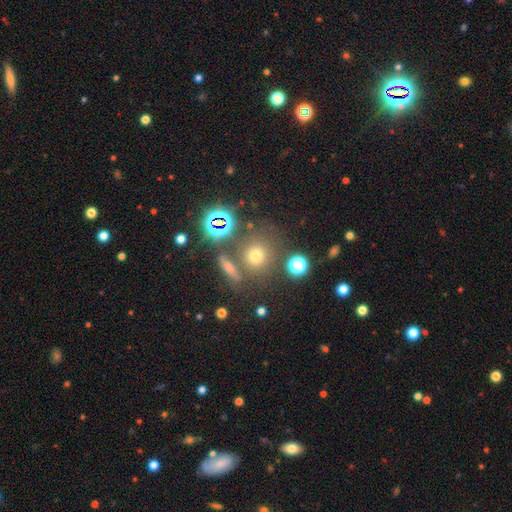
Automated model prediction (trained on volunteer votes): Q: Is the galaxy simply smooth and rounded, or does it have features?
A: smooth — 60%.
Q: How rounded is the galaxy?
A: round — 85%.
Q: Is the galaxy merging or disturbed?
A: none — 71%.